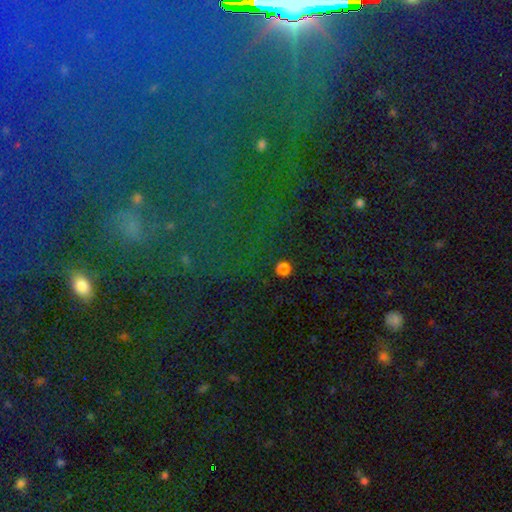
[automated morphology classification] Overall: star or artifact (68%).